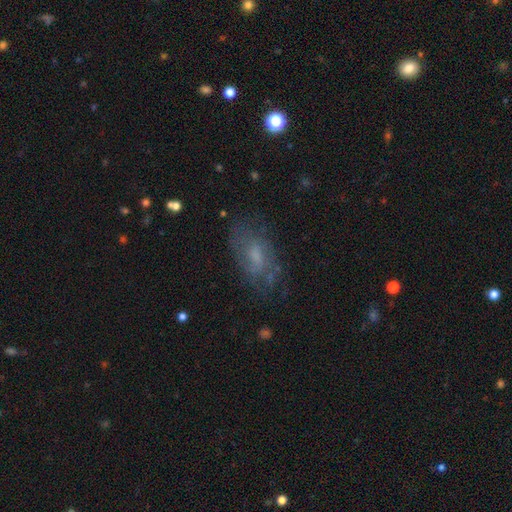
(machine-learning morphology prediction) Overall: featured or disk (48%; smooth 41%). Merging: none (64%).